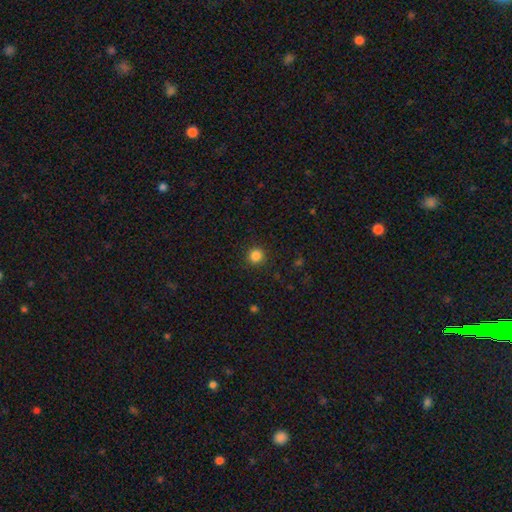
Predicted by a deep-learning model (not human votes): This appears to be a smooth galaxy with no disk features (84%) that is round (93%). Merging: none (91%).